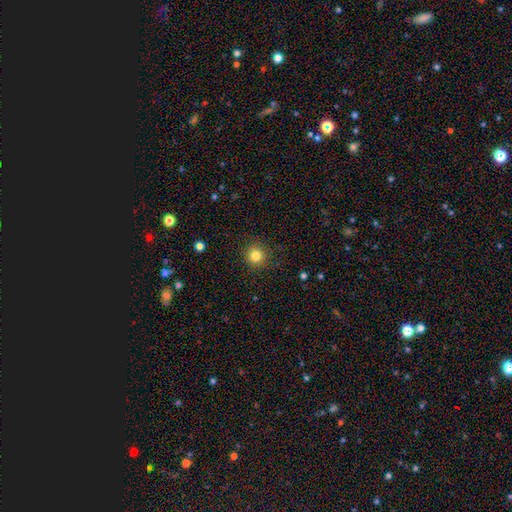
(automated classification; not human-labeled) Smooth or featured: smooth — 83% (star or artifact — 12%)
How rounded: round — 94% (in between — 6%)
Merging: none — 90% (minor disturbance — 7%)